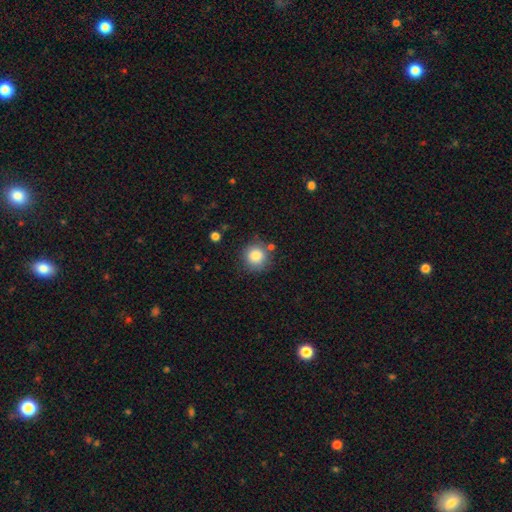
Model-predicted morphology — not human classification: A smooth galaxy with no disk features (85%) that is round (93%). Merging: none (81%).